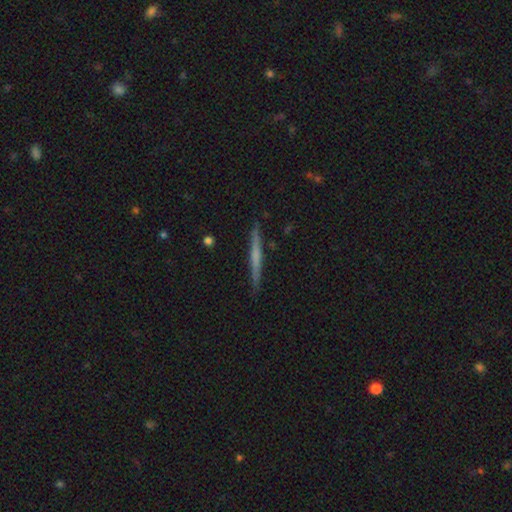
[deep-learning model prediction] This is possibly a featured or disk galaxy (54%). It is clearly viewed edge-on (98%). Edge-on bulge: likely none (64%). Merging: clearly none (90%).